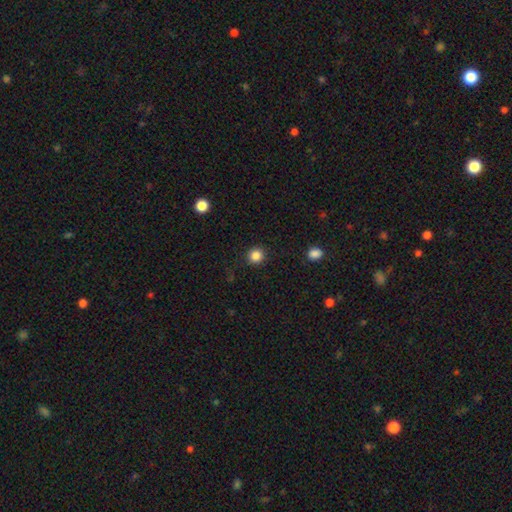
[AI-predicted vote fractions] A smooth galaxy with no disk features (85%) that is round (92%).

Vote fractions:
- Smooth or featured? smooth: 85% / star or artifact: 11% / featured or disk: 4%
- How rounded? round: 92% / in between: 7% / cigar-shaped: 1%
- Merging? none: 91% / minor disturbance: 6% / major disturbance: 2% / merger: 1%